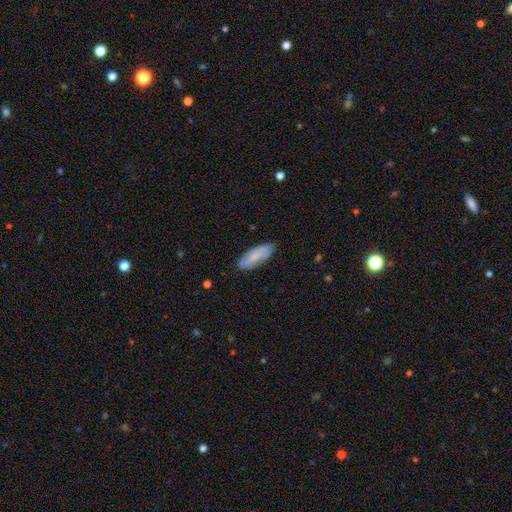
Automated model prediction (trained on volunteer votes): smooth 69%, featured or disk 25%, star or artifact 6%. Down the decision tree: how rounded — in between (68%); merging — none (81%).